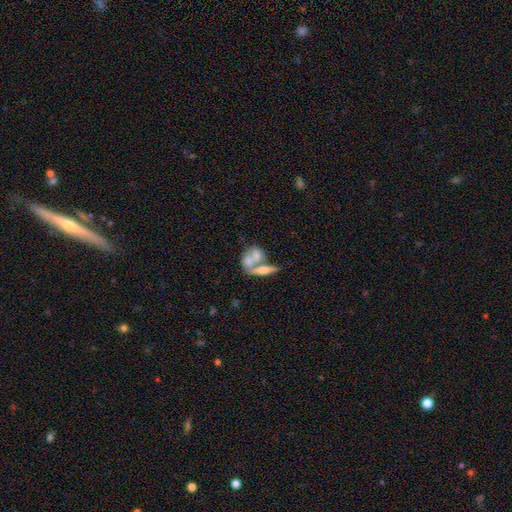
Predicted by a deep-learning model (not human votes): Q: Smooth or featured?
A: smooth (52%); runner-up: featured or disk (40%)
Q: How rounded?
A: in between (70%); runner-up: round (15%)
Q: Merging?
A: merger (61%); runner-up: none (25%)